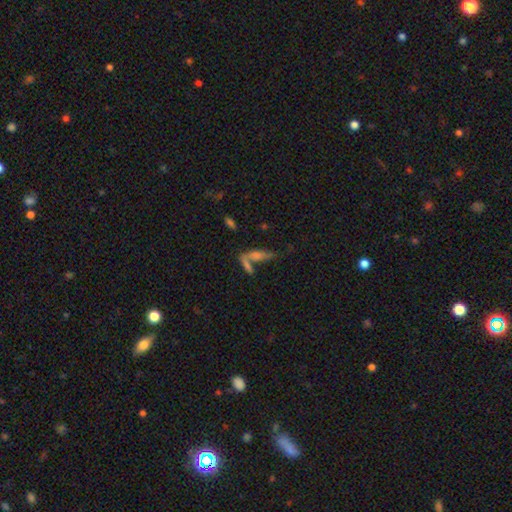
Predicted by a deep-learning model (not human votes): Smooth or featured: smooth — 60% (featured or disk — 27%)
How rounded: cigar-shaped — 61% (in between — 35%)
Merging: merger — 43% (none — 38%)